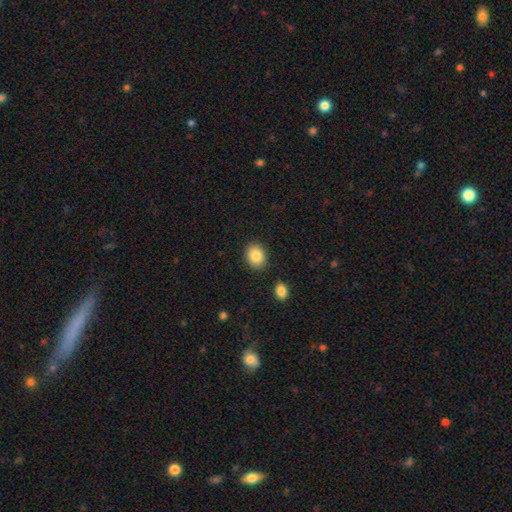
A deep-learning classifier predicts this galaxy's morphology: smooth 87%, star or artifact 7%, featured or disk 6%. Down the decision tree: how rounded — in between (61%); merging — none (87%).